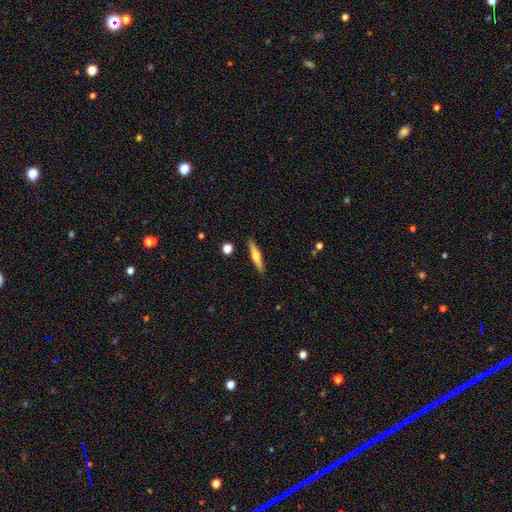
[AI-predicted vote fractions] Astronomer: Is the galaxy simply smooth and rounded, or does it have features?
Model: featured or disk — 51% (runner-up: smooth, 43%).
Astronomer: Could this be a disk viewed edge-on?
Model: yes — 96%.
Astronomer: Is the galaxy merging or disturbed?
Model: none — 90%.